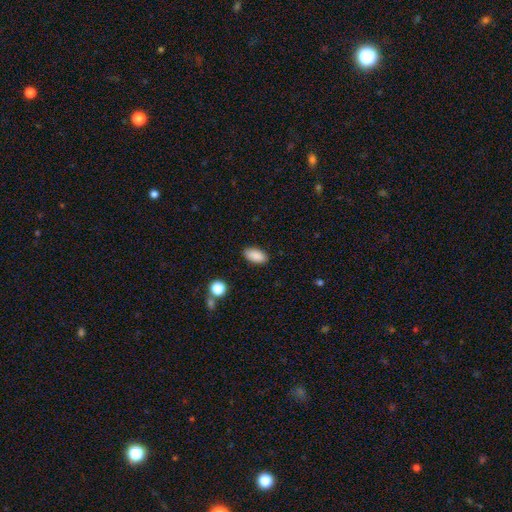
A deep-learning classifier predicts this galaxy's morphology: smooth 88%, star or artifact 8%, featured or disk 4%. Down the decision tree: how rounded — in between (93%); merging — none (87%).